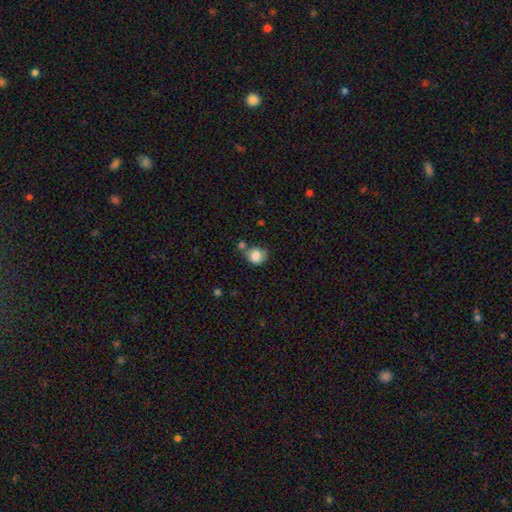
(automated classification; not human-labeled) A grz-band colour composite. It shows a smooth galaxy with no disk features (82%) that is round (73%). Merging: none (51%).